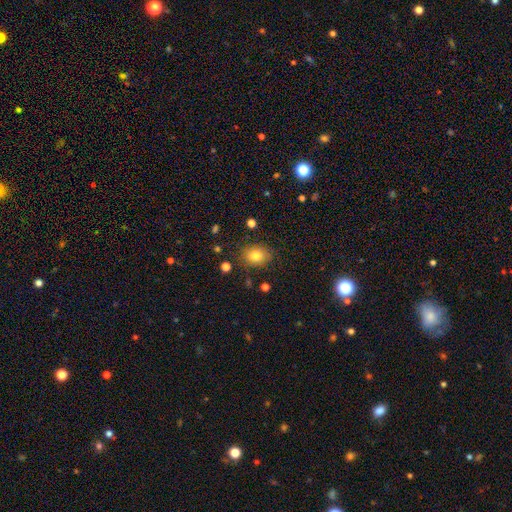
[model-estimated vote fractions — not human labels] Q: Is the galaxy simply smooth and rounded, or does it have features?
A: smooth — 80%.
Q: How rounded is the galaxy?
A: round — 52%.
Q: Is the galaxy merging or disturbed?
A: none — 83%.